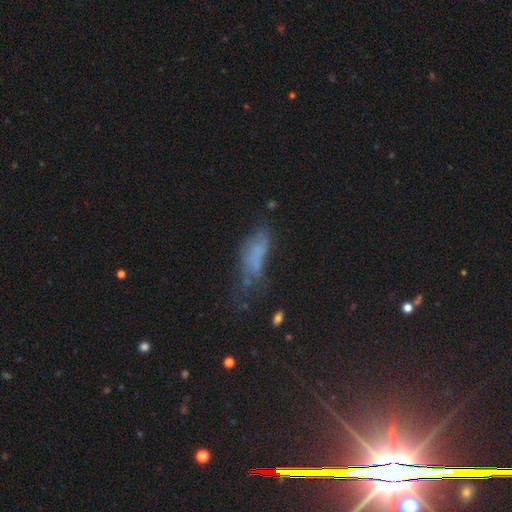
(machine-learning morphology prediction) Smooth or featured: smooth — 53% (featured or disk — 29%)
How rounded: in between — 57% (cigar-shaped — 40%)
Merging: major disturbance — 32% (tied with none — 32%)